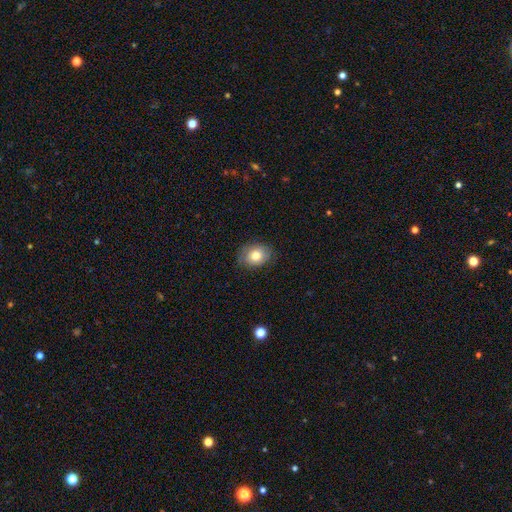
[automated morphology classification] This appears to be a smooth galaxy with no disk features (80%) that is in between round and cigar-shaped (61%). Merging: none (81%).